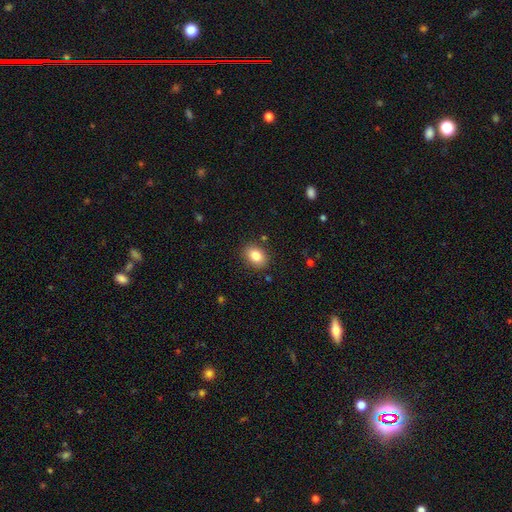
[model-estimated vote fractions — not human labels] smooth_or_featured: smooth (p=0.84) [alt: star or artifact p=0.09]
how_rounded: in between (p=0.73) [alt: round p=0.25]
merging: none (p=0.87) [alt: minor disturbance p=0.09]